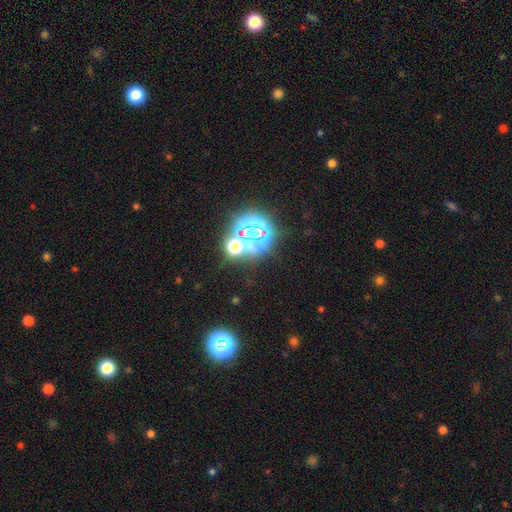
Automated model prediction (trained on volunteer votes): Smooth or featured?
  - star or artifact: 66% *
  - smooth: 25%
  - featured or disk: 10%